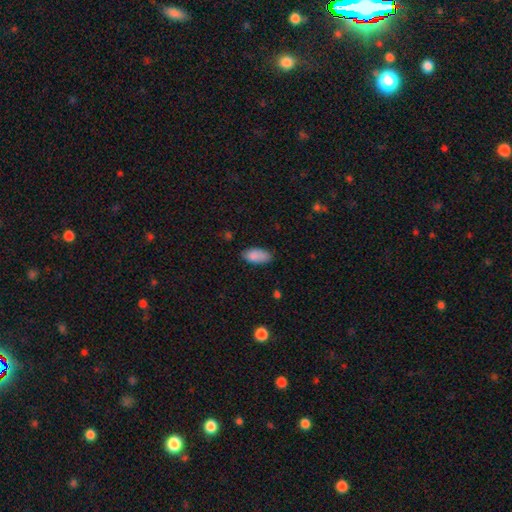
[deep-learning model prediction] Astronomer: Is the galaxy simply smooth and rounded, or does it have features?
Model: smooth — 87%.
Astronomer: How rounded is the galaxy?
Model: in between — 93%.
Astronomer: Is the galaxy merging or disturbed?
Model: none — 73%.